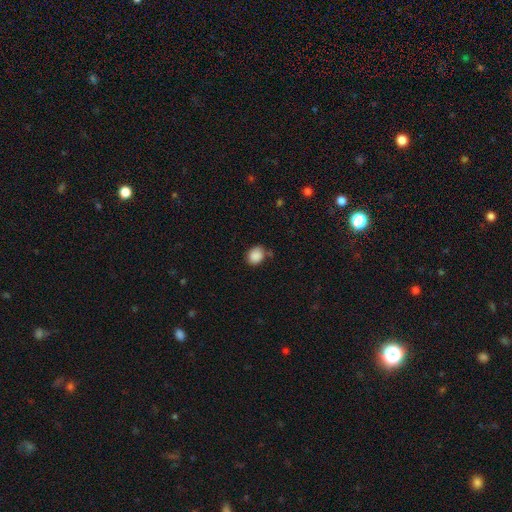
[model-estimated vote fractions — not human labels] Smooth or featured: smooth — 88% (star or artifact — 9%)
How rounded: round — 59% (in between — 40%)
Merging: none — 71% (minor disturbance — 19%)